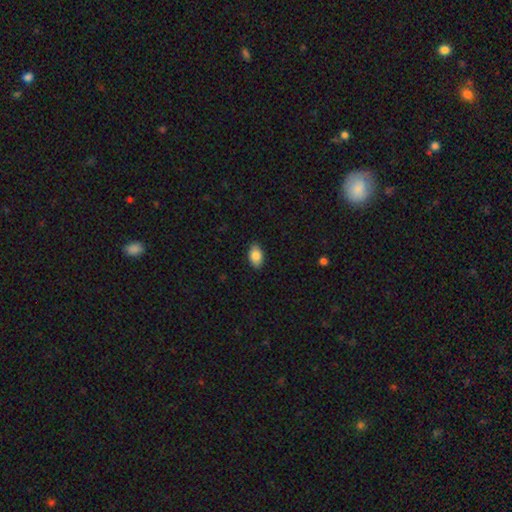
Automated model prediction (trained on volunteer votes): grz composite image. It shows a smooth galaxy with no disk features (84%) that is in between round and cigar-shaped (92%). Merging: none (89%).